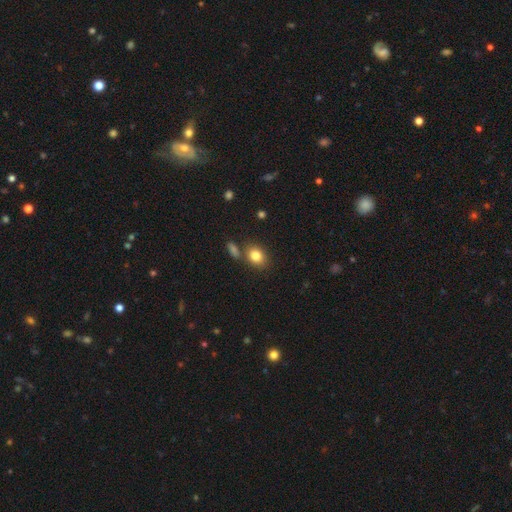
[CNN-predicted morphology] Smooth or featured? Predicted: smooth (p=0.83). How rounded? Predicted: in between (p=0.62). Merging? Predicted: none (p=0.69).